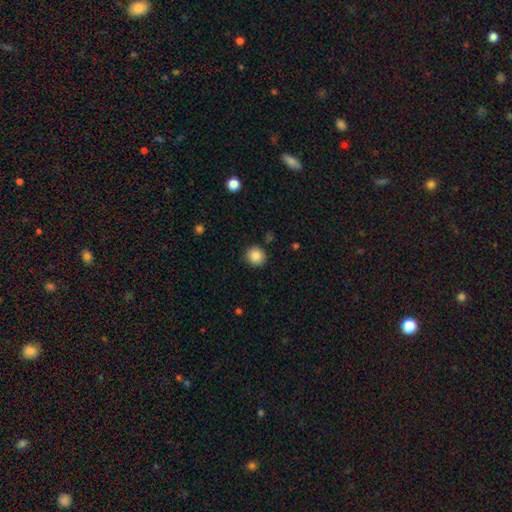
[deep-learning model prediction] Q: Smooth or featured?
A: smooth (87%); runner-up: star or artifact (9%)
Q: How rounded?
A: round (89%); runner-up: in between (10%)
Q: Merging?
A: none (88%); runner-up: minor disturbance (8%)